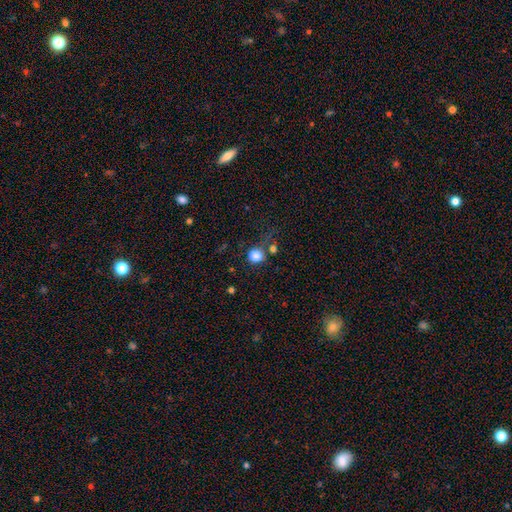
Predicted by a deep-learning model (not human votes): This appears to be a smooth galaxy with no disk features (84%) that is round (85%). Merging: none (61%).